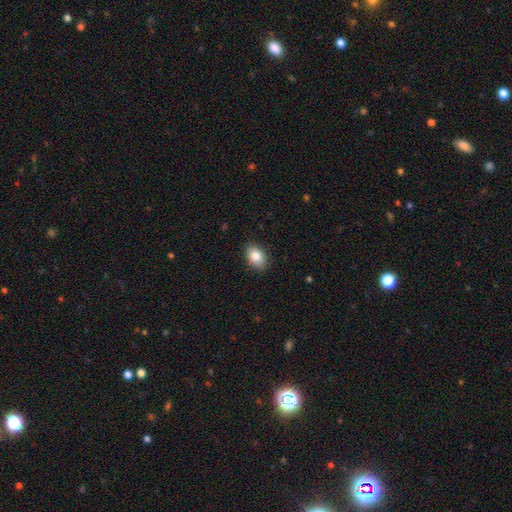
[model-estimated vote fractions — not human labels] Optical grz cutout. It shows a smooth galaxy with no disk features (84%) that is in between round and cigar-shaped (84%). Merging: none (87%).